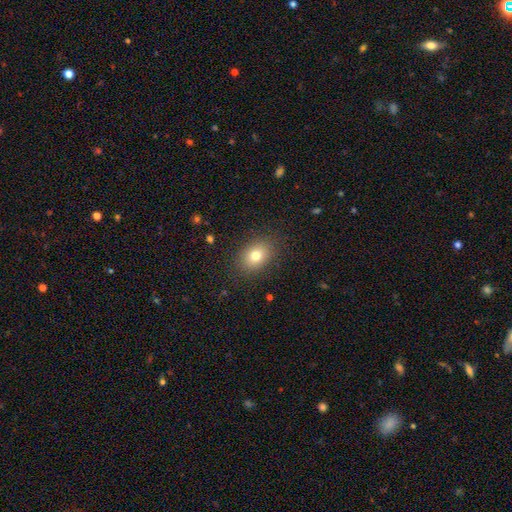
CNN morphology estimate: Smooth or featured? Predicted: smooth (p=0.78). How rounded? Predicted: in between (p=0.64). Merging? Predicted: none (p=0.86).